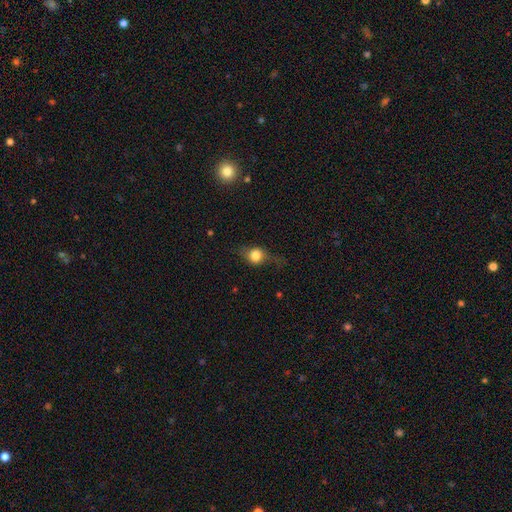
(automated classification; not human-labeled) smooth-or-featured: smooth: 64% | featured or disk: 25% | star or artifact: 11%
  how-rounded: round: 63% | in between: 33% | cigar-shaped: 4%
  merging: none: 57% | minor disturbance: 25% | major disturbance: 16% | merger: 2%